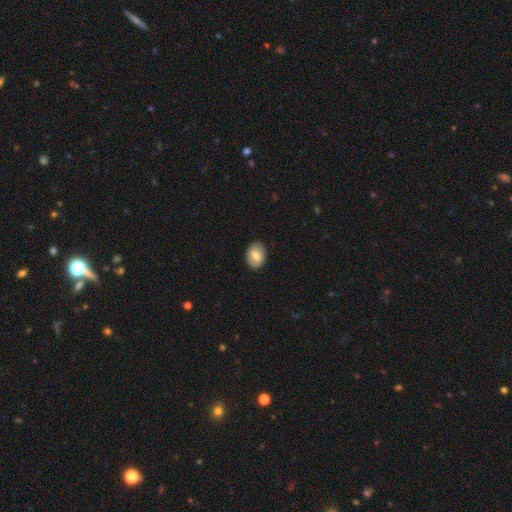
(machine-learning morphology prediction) This appears to be a smooth galaxy with no disk features (78%) that is in between round and cigar-shaped (71%). Merging: none (88%).